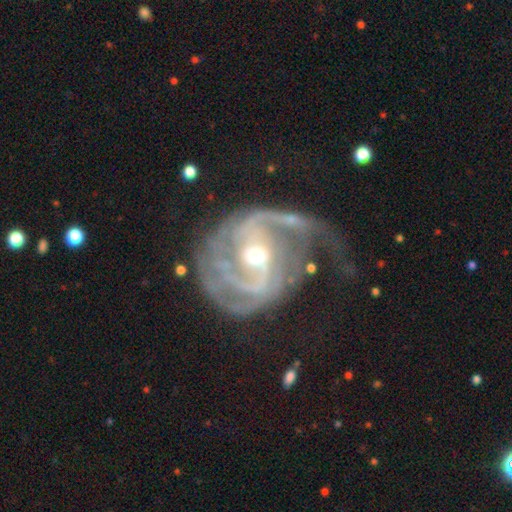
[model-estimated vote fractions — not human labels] Smooth or featured? Predicted: featured or disk (p=0.91). Edge-on disk? Predicted: no (p=0.98). Bar? Predicted: weak (p=0.41). Spiral arms? Predicted: yes (p=0.97). Spiral winding? Predicted: medium (p=0.43). Spiral arm count? Predicted: 2 (p=0.54). Bulge size? Predicted: moderate (p=0.70). Merging? Predicted: none (p=0.49).